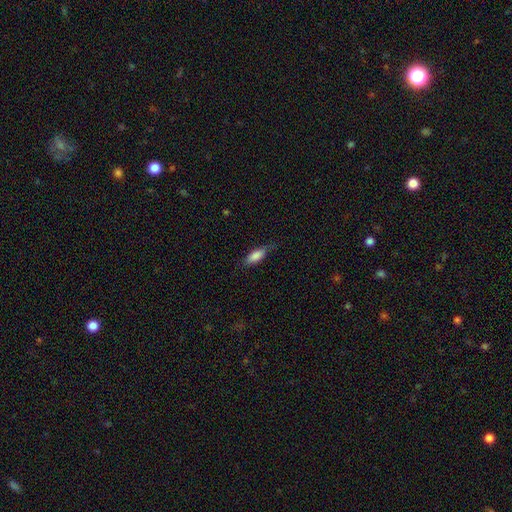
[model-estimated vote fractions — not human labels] Smooth or featured? smooth (82%)
How rounded? in between (71%)
Merging? none (65%)